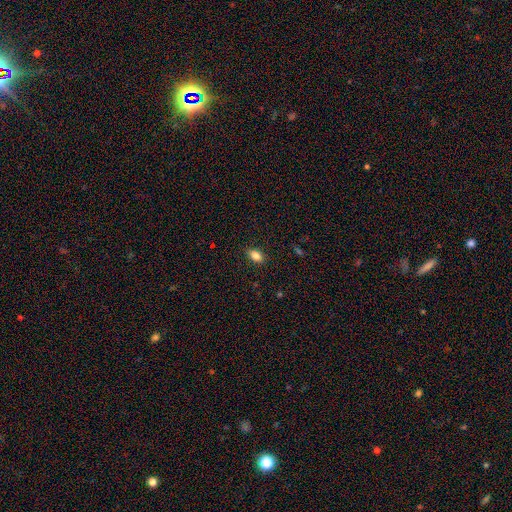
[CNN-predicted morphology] type=smooth (83%); roundness=in between (88%); merging=none (87%).